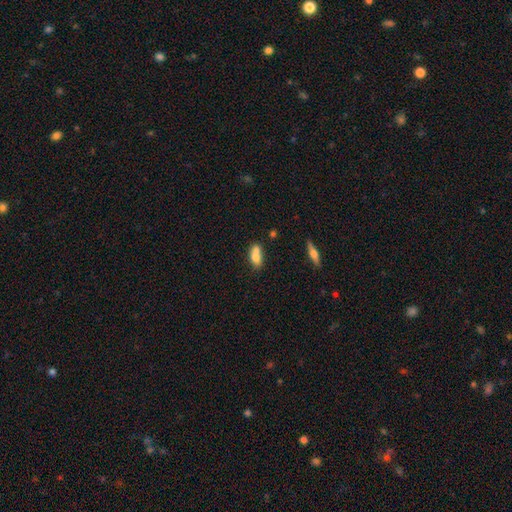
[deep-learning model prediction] Q: Smooth or featured?
A: smooth (70%); runner-up: featured or disk (21%)
Q: How rounded?
A: in between (79%); runner-up: round (12%)
Q: Merging?
A: merger (51%); runner-up: none (33%)